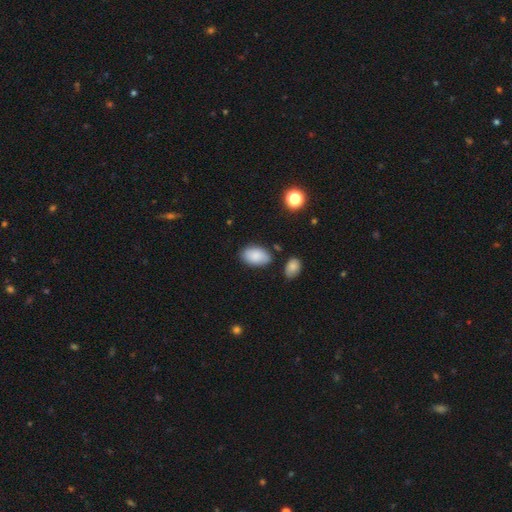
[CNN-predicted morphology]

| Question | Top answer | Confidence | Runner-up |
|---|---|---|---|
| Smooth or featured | smooth | 86% | featured or disk (7%) |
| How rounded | in between | 92% | round (7%) |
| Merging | none | 79% | minor disturbance (14%) |